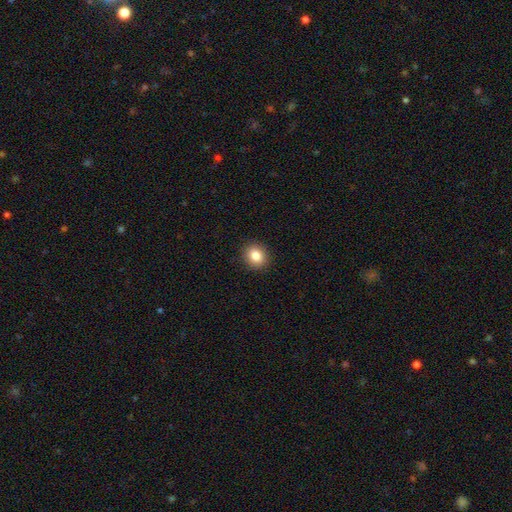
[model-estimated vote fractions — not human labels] Overall: smooth (83%). How rounded: round (76%). Merging: none (91%).